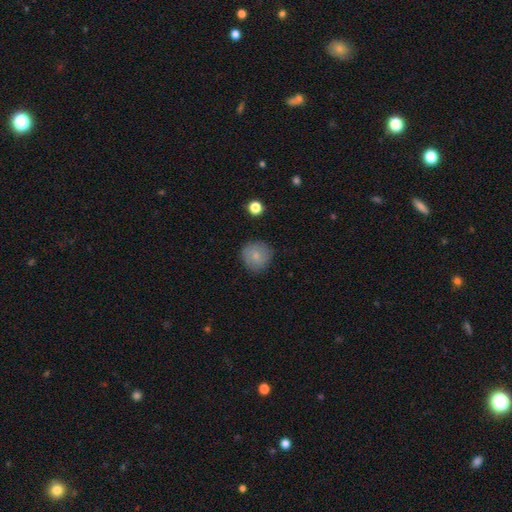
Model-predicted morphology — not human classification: smooth 73%, featured or disk 19%, star or artifact 8%. Down the decision tree: how rounded — round (91%); merging — none (81%).